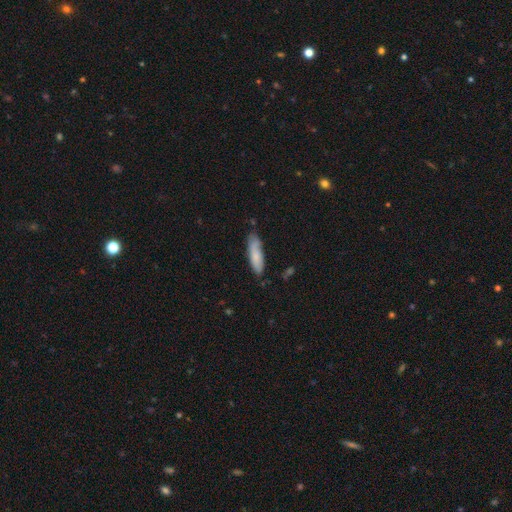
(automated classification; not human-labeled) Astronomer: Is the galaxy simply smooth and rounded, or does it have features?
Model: smooth — 78%.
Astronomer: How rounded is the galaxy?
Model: cigar-shaped — 60% (runner-up: in between, 38%).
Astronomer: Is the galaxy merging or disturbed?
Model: none — 74%.